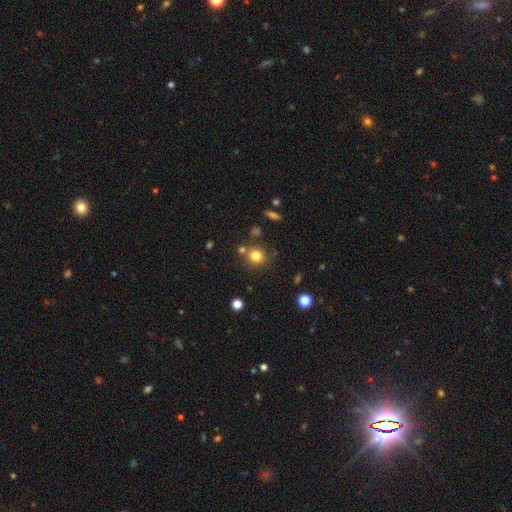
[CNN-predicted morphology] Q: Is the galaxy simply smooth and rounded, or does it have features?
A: smooth — 79%.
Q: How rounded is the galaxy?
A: round — 89%.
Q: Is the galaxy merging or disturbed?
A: none — 73%.